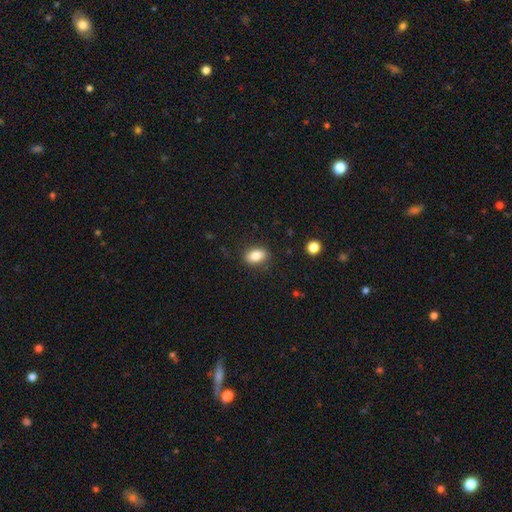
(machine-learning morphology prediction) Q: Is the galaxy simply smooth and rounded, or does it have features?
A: smooth — 84%.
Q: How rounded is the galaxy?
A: in between — 84%.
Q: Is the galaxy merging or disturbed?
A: none — 86%.